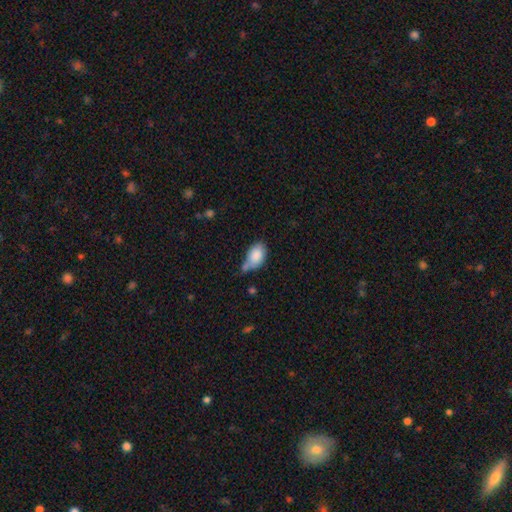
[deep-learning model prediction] Morphology: type=smooth (85%); roundness=in between (87%); merging=none (39%).